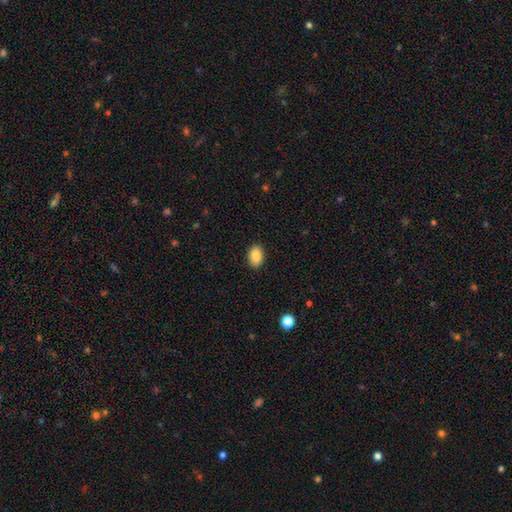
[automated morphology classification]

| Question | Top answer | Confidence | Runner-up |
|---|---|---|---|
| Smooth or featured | smooth | 88% | star or artifact (8%) |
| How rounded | in between | 87% | round (11%) |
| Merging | none | 90% | minor disturbance (7%) |